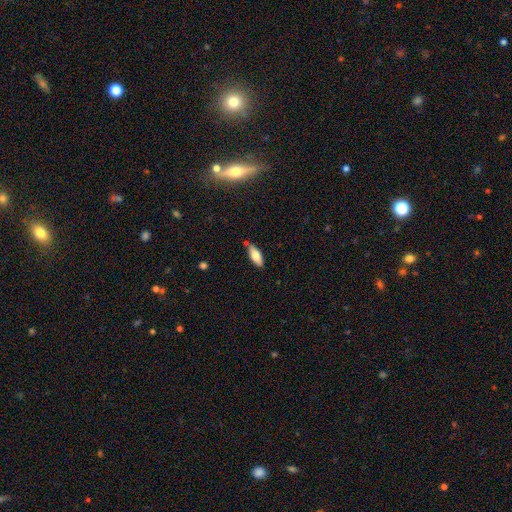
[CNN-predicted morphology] A smooth galaxy with no disk features (75%) that is in between round and cigar-shaped (77%).

Vote fractions:
- Smooth or featured? smooth: 75% / featured or disk: 18% / star or artifact: 7%
- How rounded? in between: 77% / cigar-shaped: 21% / round: 2%
- Merging? none: 72% / minor disturbance: 19% / merger: 5% / major disturbance: 3%